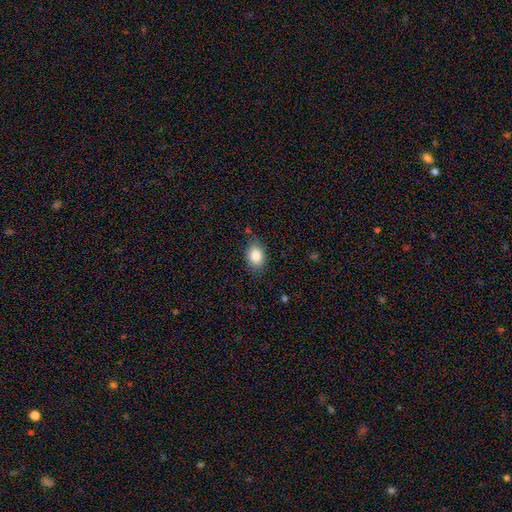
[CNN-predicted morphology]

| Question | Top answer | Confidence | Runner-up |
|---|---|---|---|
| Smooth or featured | smooth | 85% | star or artifact (8%) |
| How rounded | in between | 71% | round (28%) |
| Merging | none | 79% | minor disturbance (16%) |